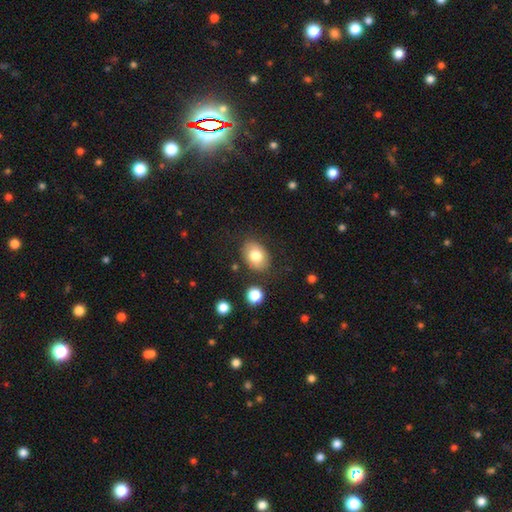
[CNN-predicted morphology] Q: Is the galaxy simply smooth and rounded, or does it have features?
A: smooth — 79%.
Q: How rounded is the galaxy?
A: in between — 72%.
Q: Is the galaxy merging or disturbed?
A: none — 80%.